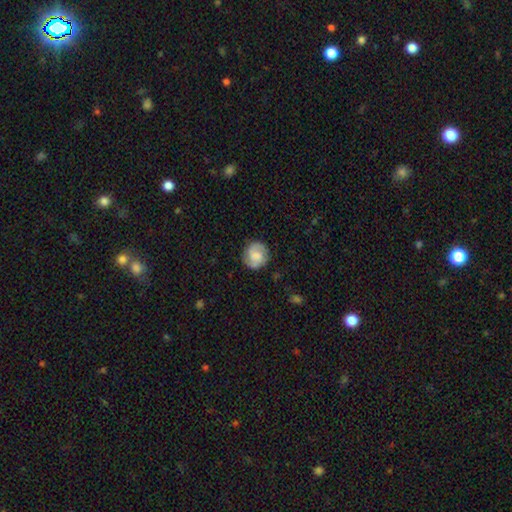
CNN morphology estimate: A featured or disk galaxy (51%). Merging: none (83%).